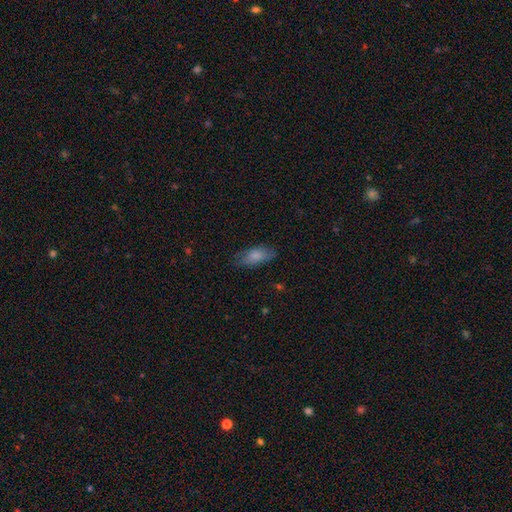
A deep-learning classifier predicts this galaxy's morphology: The model was most divided on "merging": none: 75%, minor disturbance: 19%, major disturbance: 5%, merger: 1%. More confident: how rounded — in between (88%); smooth or featured — smooth (82%).